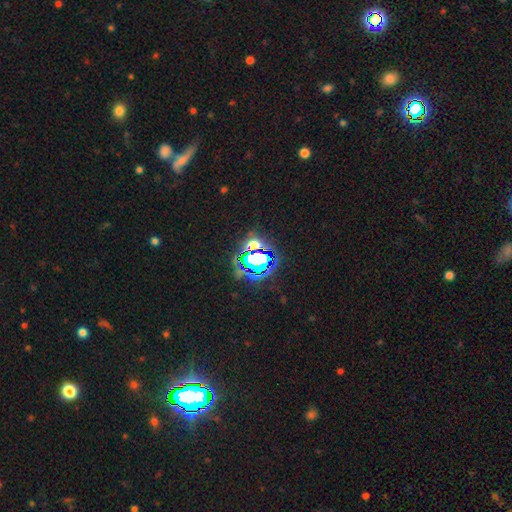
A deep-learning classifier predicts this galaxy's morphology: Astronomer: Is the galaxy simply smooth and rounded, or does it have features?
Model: star or artifact — 71%.